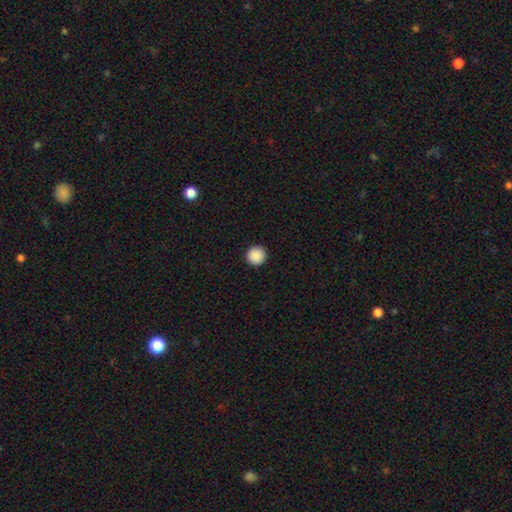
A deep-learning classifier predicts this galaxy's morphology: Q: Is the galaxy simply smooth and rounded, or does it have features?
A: smooth — 89%.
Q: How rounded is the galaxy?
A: round — 96%.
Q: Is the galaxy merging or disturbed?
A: none — 94%.